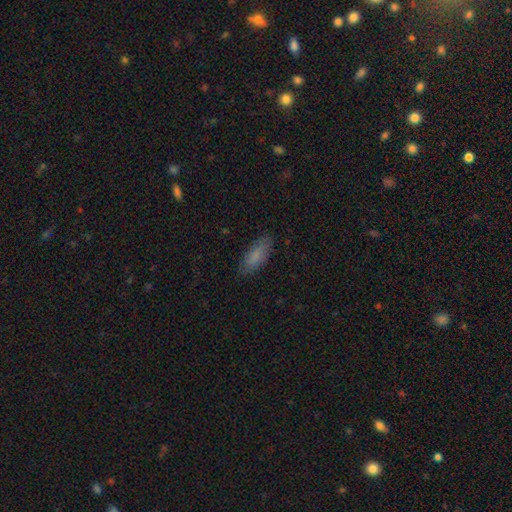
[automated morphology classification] The model was most divided on "how rounded": in between: 73%, cigar-shaped: 25%, round: 2%. More confident: smooth or featured — smooth (84%); merging — none (83%).